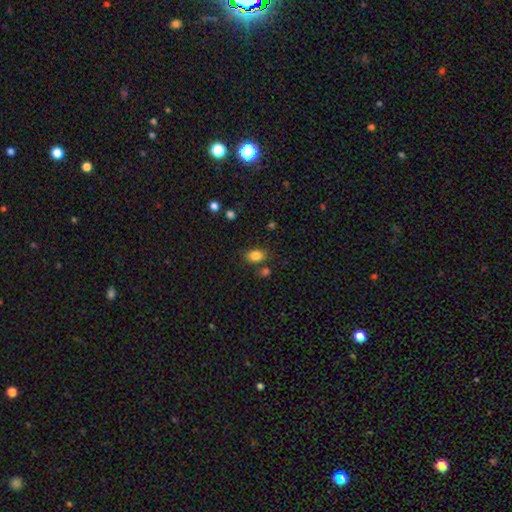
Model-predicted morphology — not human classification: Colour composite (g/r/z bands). It shows a smooth galaxy with no disk features (83%) that is in between round and cigar-shaped (74%). Merging: none (76%).